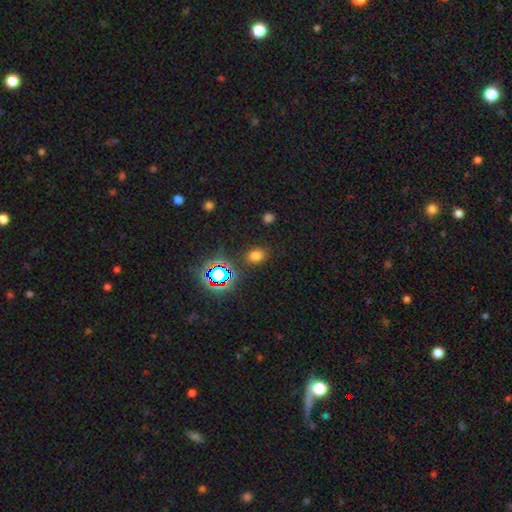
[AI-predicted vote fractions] smooth_or_featured: smooth (p=0.69) [alt: star or artifact p=0.25]
how_rounded: in between (p=0.59) [alt: round p=0.40]
merging: none (p=0.85) [alt: minor disturbance p=0.09]